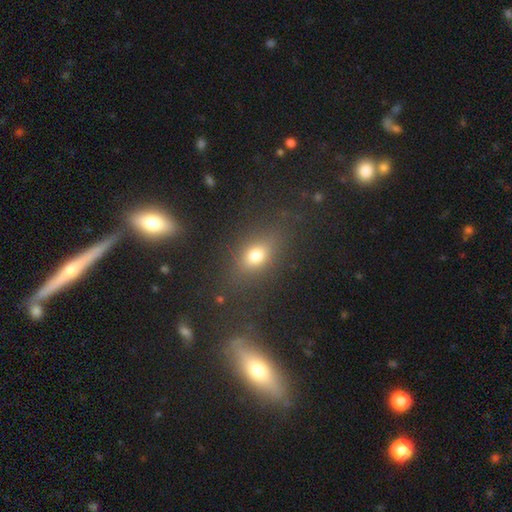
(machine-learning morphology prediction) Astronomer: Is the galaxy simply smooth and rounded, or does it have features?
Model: smooth — 71%.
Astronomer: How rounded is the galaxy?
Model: in between — 65%.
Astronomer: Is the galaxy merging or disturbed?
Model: none — 78%.